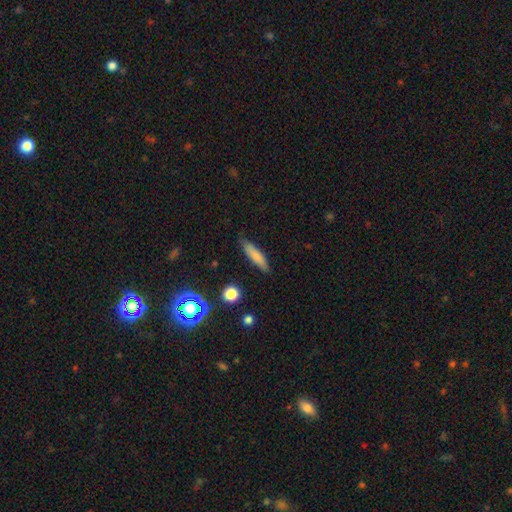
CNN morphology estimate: type=smooth (77%); roundness=cigar-shaped (77%); merging=none (84%).